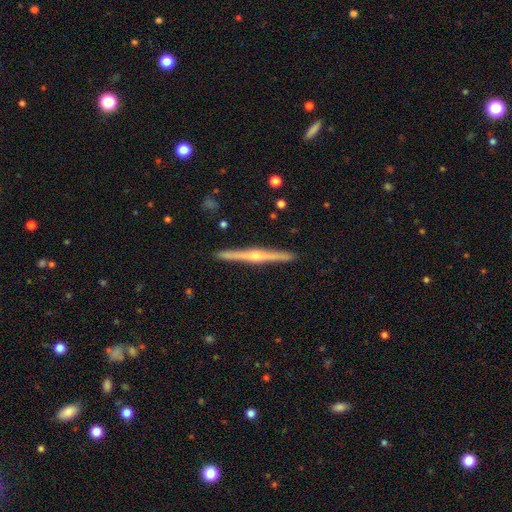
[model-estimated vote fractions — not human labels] smooth-or-featured: featured or disk: 83% | smooth: 12% | star or artifact: 5%
  disk-edge-on: yes: 99% | no: 1%
    edge-on-bulge: rounded: 89% | none: 7% | boxy: 4%
  merging: none: 93% | minor disturbance: 5% | major disturbance: 1% | merger: 1%